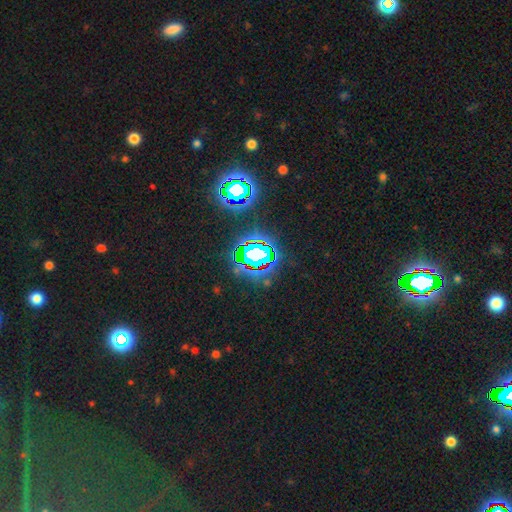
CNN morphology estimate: A star or artifact, not a galaxy (83%).

Vote fractions:
- Smooth or featured? star or artifact: 83% / smooth: 10% / featured or disk: 7%